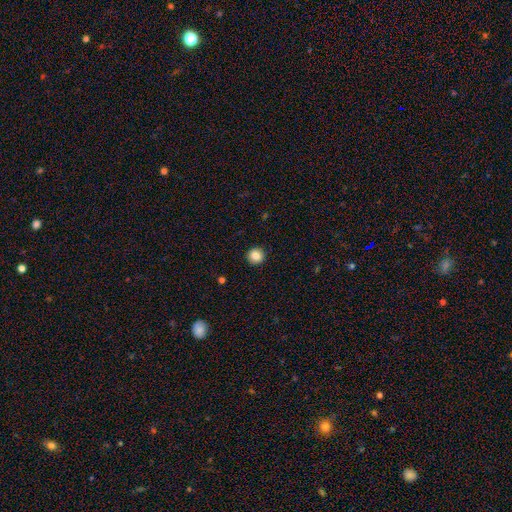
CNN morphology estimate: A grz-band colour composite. It shows a smooth galaxy with no disk features (86%) that is round (93%). Merging: none (93%).